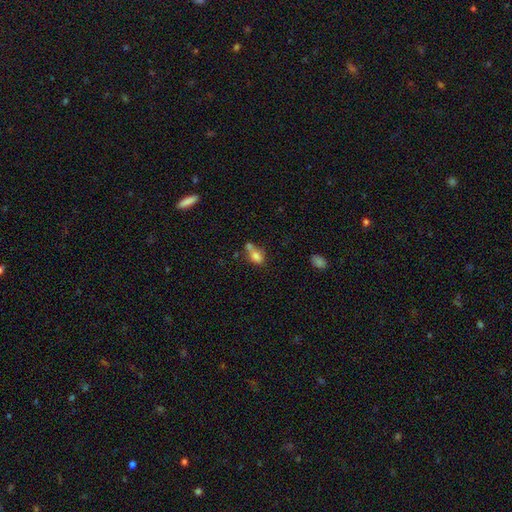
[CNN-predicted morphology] type=smooth (73%); roundness=in between (71%); merging=merger (42%).